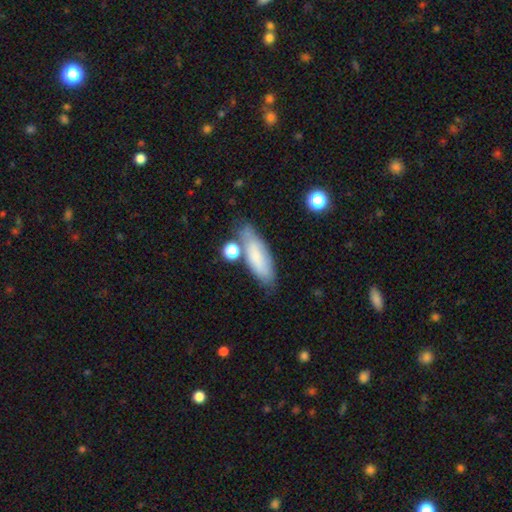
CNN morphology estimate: A smooth galaxy with no disk features (75%) that is in between round and cigar-shaped (58%).

Vote fractions:
- Smooth or featured? smooth: 75% / featured or disk: 17% / star or artifact: 8%
- How rounded? in between: 58% / cigar-shaped: 40% / round: 2%
- Merging? none: 66% / minor disturbance: 19% / merger: 10% / major disturbance: 5%